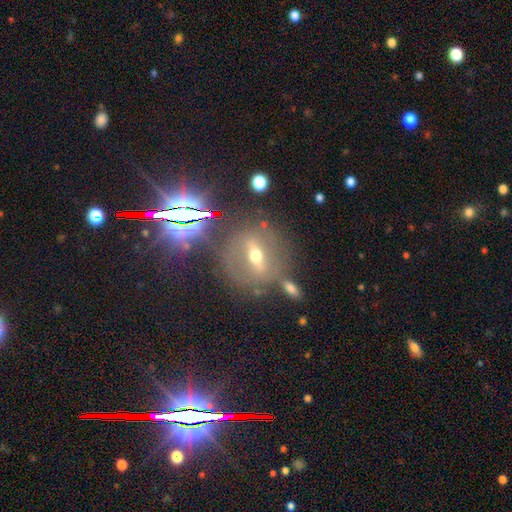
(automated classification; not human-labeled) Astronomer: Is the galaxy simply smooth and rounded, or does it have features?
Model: featured or disk — 59%.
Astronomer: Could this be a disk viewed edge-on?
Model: no — 64%.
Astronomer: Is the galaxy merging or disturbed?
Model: none — 71%.